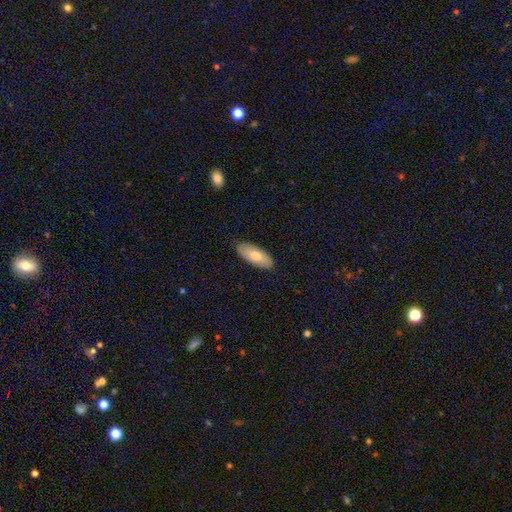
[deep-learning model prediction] A smooth galaxy with no disk features (72%) that is in between round and cigar-shaped (85%). Merging: none (86%).